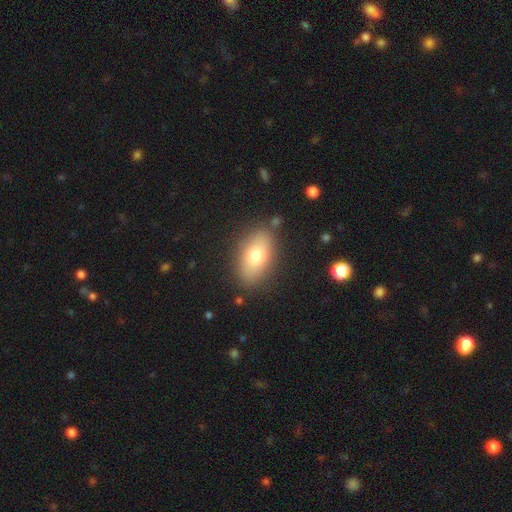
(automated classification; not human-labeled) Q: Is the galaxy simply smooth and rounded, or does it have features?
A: smooth — 73%.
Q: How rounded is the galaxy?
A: in between — 89%.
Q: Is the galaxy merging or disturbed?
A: none — 83%.